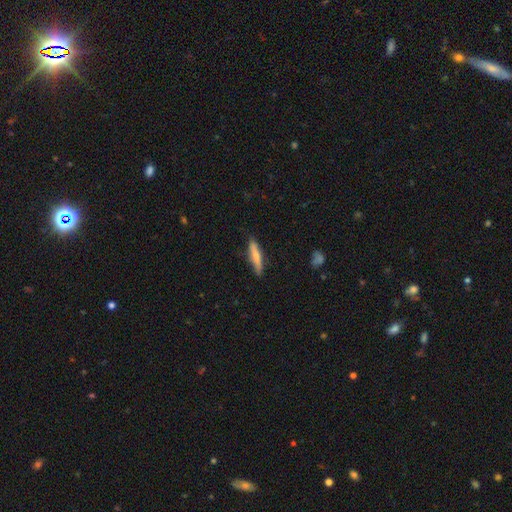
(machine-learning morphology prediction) Smooth or featured? smooth (66%)
How rounded? cigar-shaped (89%)
Merging? none (85%)